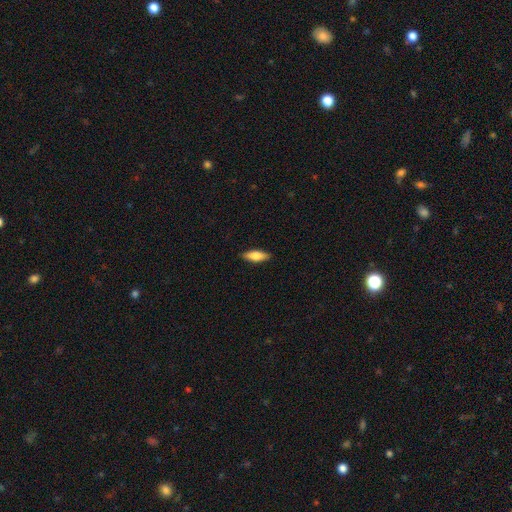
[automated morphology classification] type=smooth (73%); roundness=in between (63%); merging=none (88%).